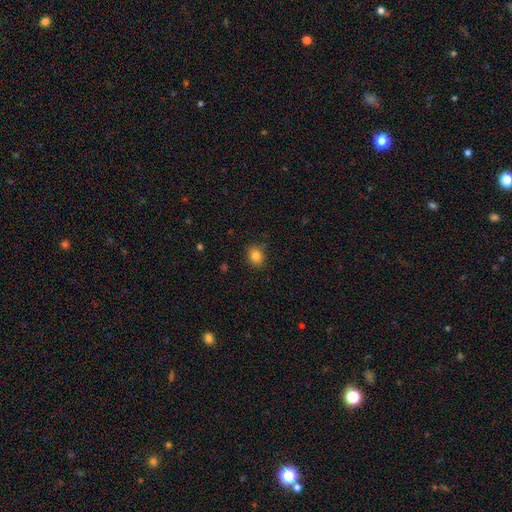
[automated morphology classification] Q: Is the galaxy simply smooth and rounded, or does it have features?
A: smooth — 83%.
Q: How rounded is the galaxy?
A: round — 59%.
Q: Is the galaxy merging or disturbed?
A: none — 85%.